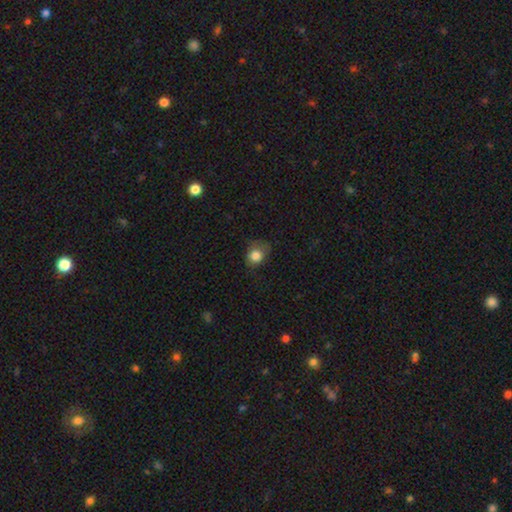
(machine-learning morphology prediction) smooth 82%, star or artifact 10%, featured or disk 8%. Down the decision tree: how rounded — round (61%); merging — none (53%).